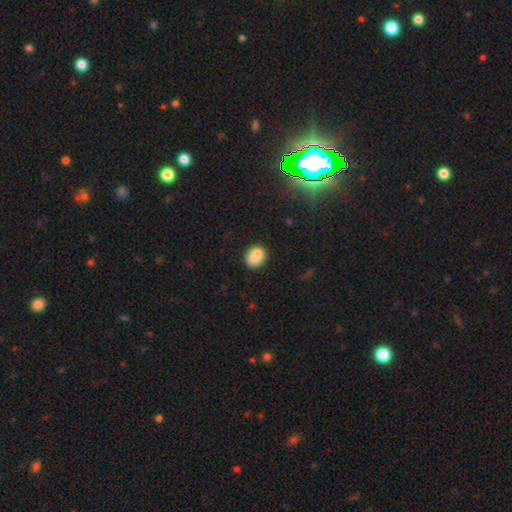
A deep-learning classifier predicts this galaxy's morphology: Q: Smooth or featured?
A: smooth (82%); runner-up: featured or disk (9%)
Q: How rounded?
A: in between (55%); runner-up: round (44%)
Q: Merging?
A: none (66%); runner-up: minor disturbance (16%)